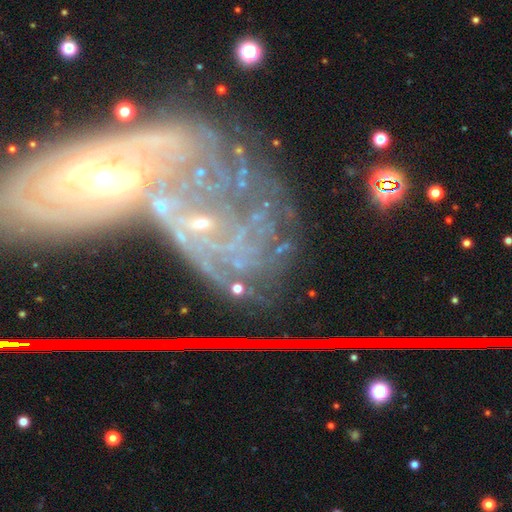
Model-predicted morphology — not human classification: Smooth or featured?
  - featured or disk: 66% *
  - star or artifact: 22%
  - smooth: 12%
Edge-on disk?
  - no: 91% *
  - yes: 9%
Bar?
  - no: 67% *
  - weak: 22%
  - strong: 11%
Spiral arms?
  - yes: 71% *
  - no: 29%
Bulge size?
  - small: 50% *
  - moderate: 31%
  - none: 12%
  - large: 4%
  - dominant: 3%
Merging?
  - none: 40% *
  - merger: 29%
  - major disturbance: 17%
  - minor disturbance: 14%